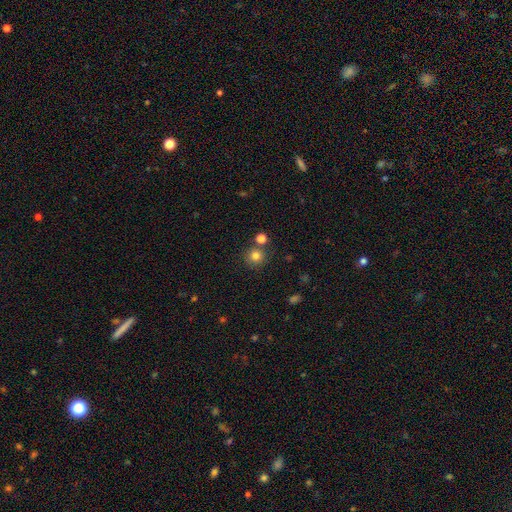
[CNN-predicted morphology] Q: Smooth or featured?
A: smooth (80%); runner-up: star or artifact (13%)
Q: How rounded?
A: round (93%); runner-up: in between (6%)
Q: Merging?
A: none (77%); runner-up: merger (13%)